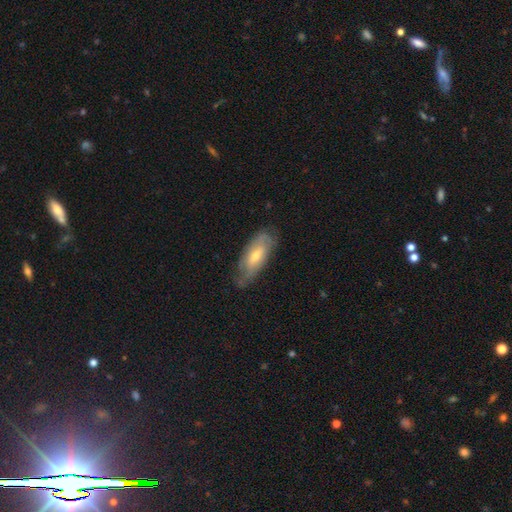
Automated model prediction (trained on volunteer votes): Q: Smooth or featured?
A: featured or disk (55%); runner-up: smooth (39%)
Q: Edge-on disk?
A: no (80%); runner-up: yes (20%)
Q: Merging?
A: none (67%); runner-up: minor disturbance (25%)